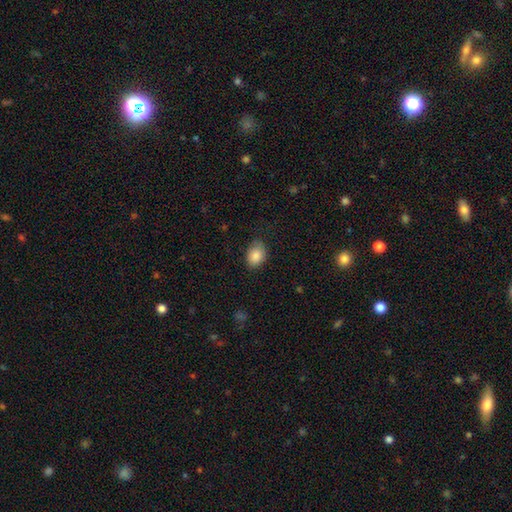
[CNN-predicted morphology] Q: Smooth or featured?
A: smooth (88%); runner-up: star or artifact (8%)
Q: How rounded?
A: in between (74%); runner-up: round (25%)
Q: Merging?
A: none (77%); runner-up: minor disturbance (18%)